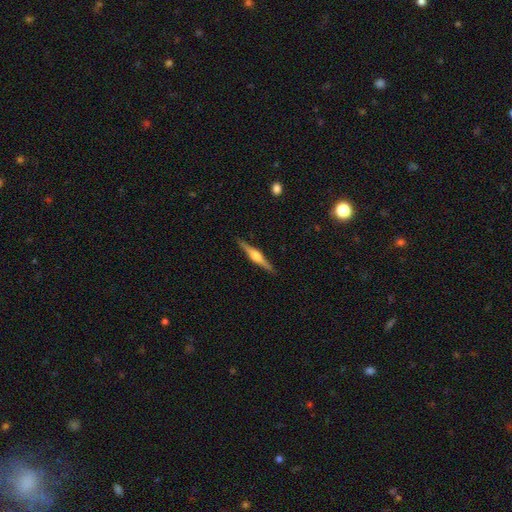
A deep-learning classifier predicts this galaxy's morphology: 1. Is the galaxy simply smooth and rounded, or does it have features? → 77% featured or disk, 18% smooth, 5% star or artifact.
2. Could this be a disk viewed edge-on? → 98% yes, 2% no.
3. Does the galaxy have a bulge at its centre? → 89% rounded, 8% boxy, 3% none.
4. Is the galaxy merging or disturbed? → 91% none, 7% minor disturbance, 1% major disturbance, 1% merger.